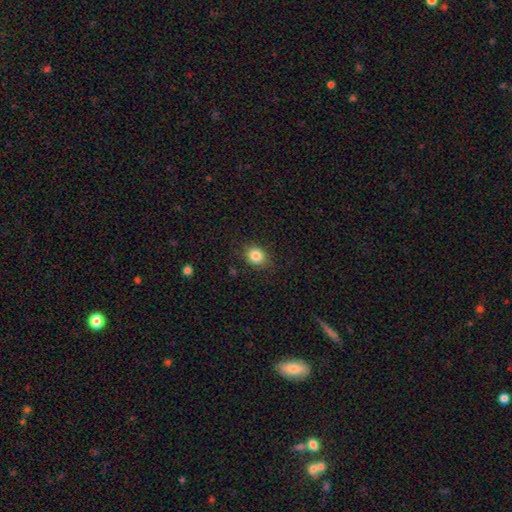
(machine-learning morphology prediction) Smooth or featured?
  - smooth: 84% *
  - star or artifact: 10%
  - featured or disk: 6%
How rounded?
  - round: 62% *
  - in between: 37%
  - cigar-shaped: 1%
Merging?
  - none: 83% *
  - minor disturbance: 12%
  - major disturbance: 3%
  - merger: 1%